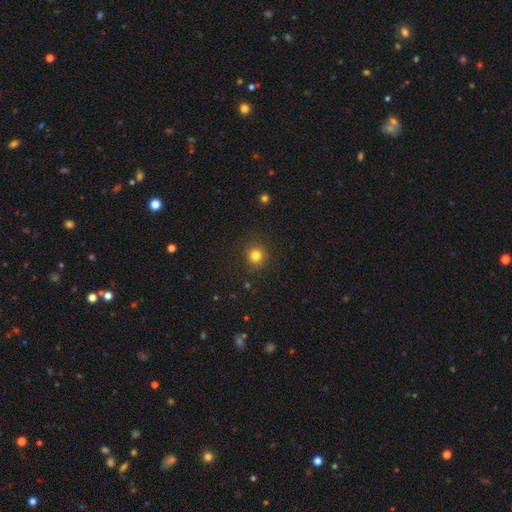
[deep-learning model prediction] Q: Smooth or featured?
A: smooth (81%); runner-up: star or artifact (14%)
Q: How rounded?
A: round (90%); runner-up: in between (9%)
Q: Merging?
A: none (87%); runner-up: minor disturbance (9%)